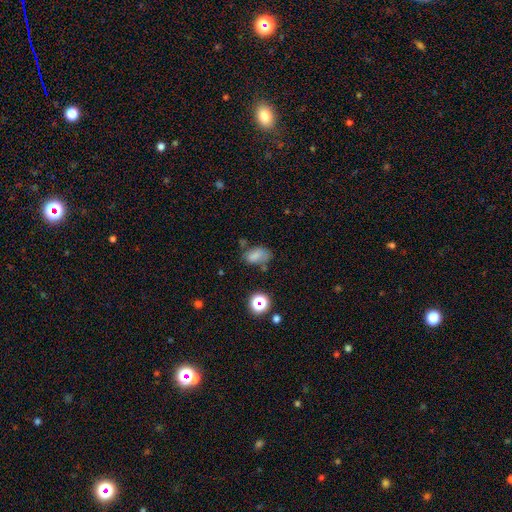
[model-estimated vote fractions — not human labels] Overall: smooth (74%). How rounded: in between (86%). Merging: none (54%; minor disturbance 27%).